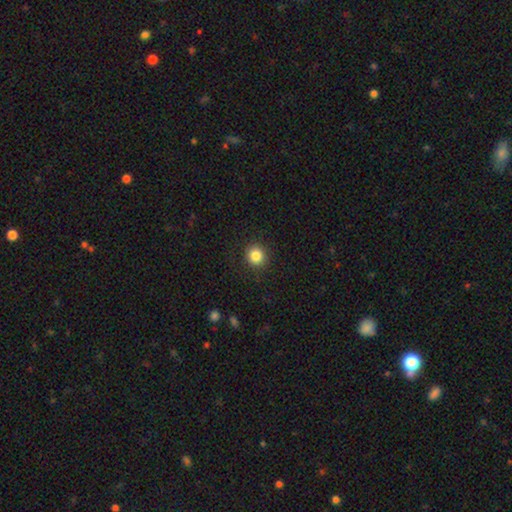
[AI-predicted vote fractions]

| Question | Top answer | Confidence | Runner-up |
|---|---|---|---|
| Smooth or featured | smooth | 85% | star or artifact (11%) |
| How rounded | round | 91% | in between (8%) |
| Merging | none | 91% | minor disturbance (6%) |